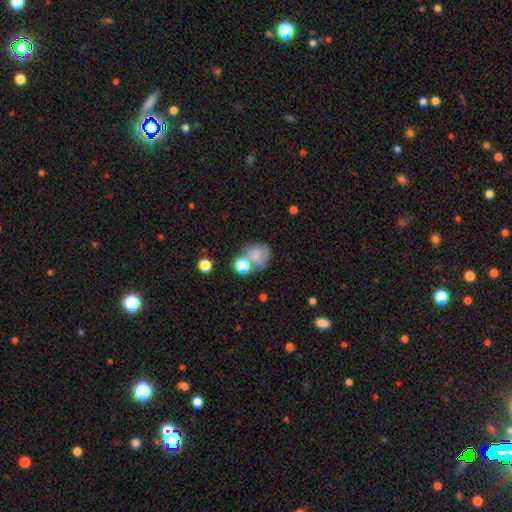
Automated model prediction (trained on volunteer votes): The model was most divided on "merging": none: 42%, merger: 26%, minor disturbance: 19%, major disturbance: 12%. More confident: how rounded — round (70%); smooth or featured — smooth (64%).